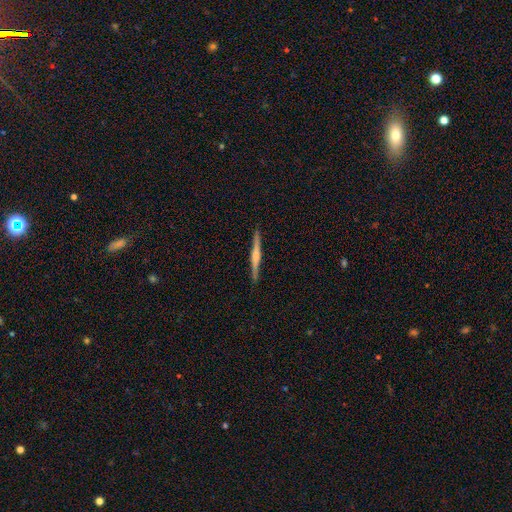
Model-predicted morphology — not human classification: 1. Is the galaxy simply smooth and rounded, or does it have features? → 64% featured or disk, 31% smooth, 6% star or artifact.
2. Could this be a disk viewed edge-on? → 98% yes, 2% no.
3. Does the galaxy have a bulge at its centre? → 52% rounded, 25% boxy, 23% none.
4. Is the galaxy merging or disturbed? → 91% none, 7% minor disturbance, 1% major disturbance, 1% merger.